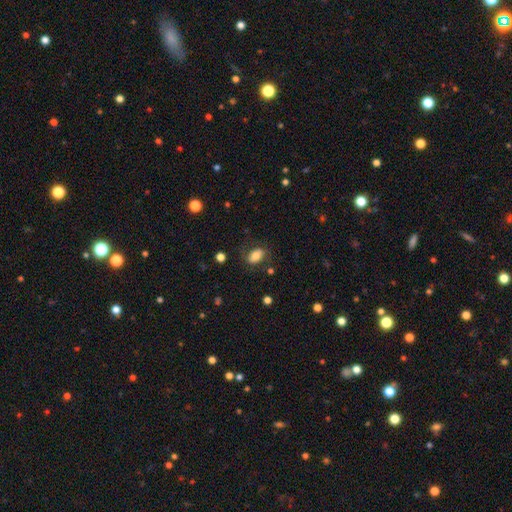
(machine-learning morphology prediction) smooth-or-featured: smooth: 76% | featured or disk: 15% | star or artifact: 9%
  how-rounded: in between: 84% | round: 14% | cigar-shaped: 2%
  merging: none: 73% | minor disturbance: 17% | major disturbance: 8% | merger: 2%